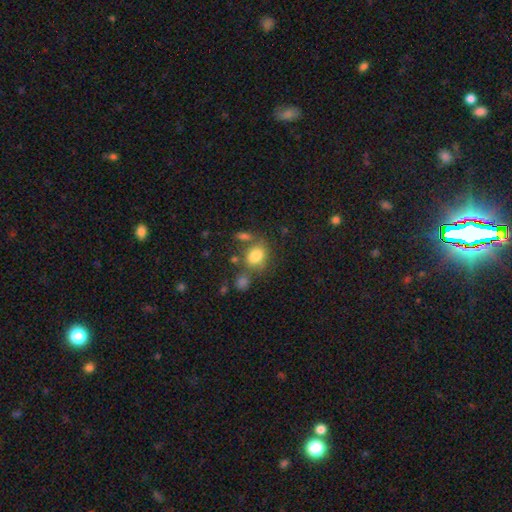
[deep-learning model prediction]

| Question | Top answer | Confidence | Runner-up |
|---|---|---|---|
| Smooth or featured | smooth | 80% | star or artifact (10%) |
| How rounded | in between | 55% | round (44%) |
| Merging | none | 58% | merger (18%) |